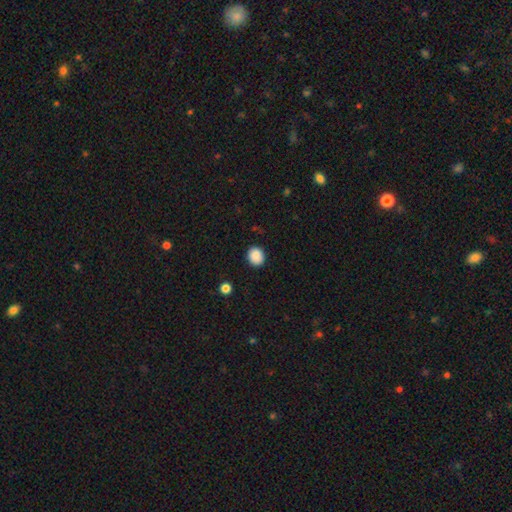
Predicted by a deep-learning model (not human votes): Morphology: type=smooth (88%); roundness=round (69%); merging=none (87%).